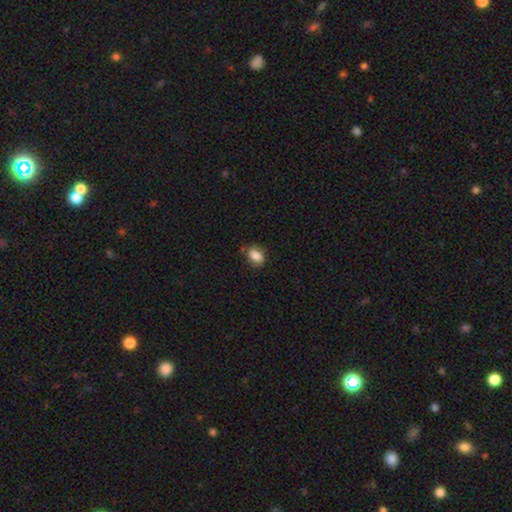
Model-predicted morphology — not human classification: type=smooth (81%); roundness=in between (75%); merging=none (72%).